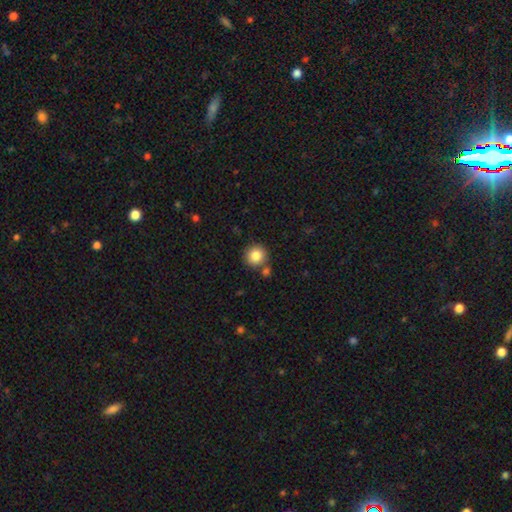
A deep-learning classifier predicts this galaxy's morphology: A smooth galaxy with no disk features (84%) that is round (93%). Merging: none (78%).